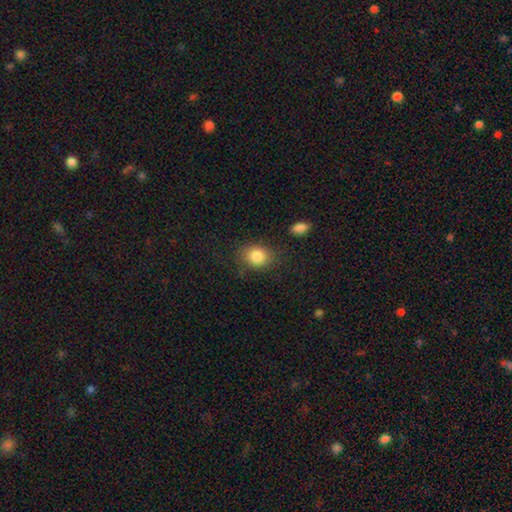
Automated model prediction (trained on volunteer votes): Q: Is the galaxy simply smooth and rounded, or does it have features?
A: smooth — 84%.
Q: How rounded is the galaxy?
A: in between — 51%.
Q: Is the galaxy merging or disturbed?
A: none — 76%.